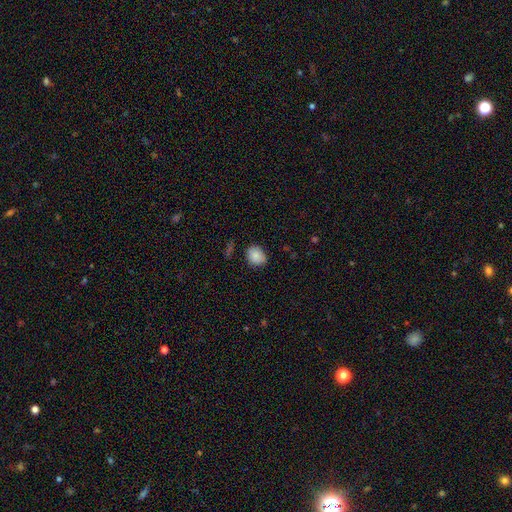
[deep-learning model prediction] Smooth or featured? Predicted: smooth (p=0.87). How rounded? Predicted: in between (p=0.50). Merging? Predicted: none (p=0.80).